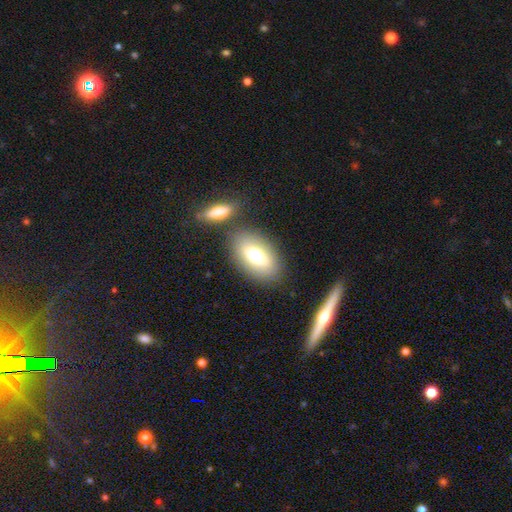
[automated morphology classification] Smooth or featured: smooth — 71% (featured or disk — 21%)
How rounded: in between — 89% (round — 7%)
Merging: none — 75% (minor disturbance — 11%)